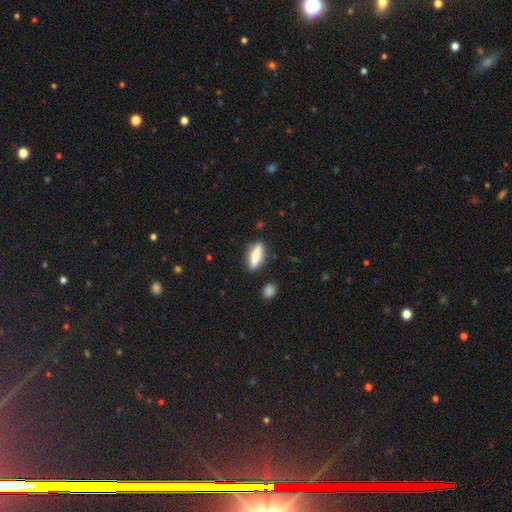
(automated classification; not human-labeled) This is likely a smooth galaxy (62%). How rounded: possibly in between (51%). Merging: clearly none (84%).